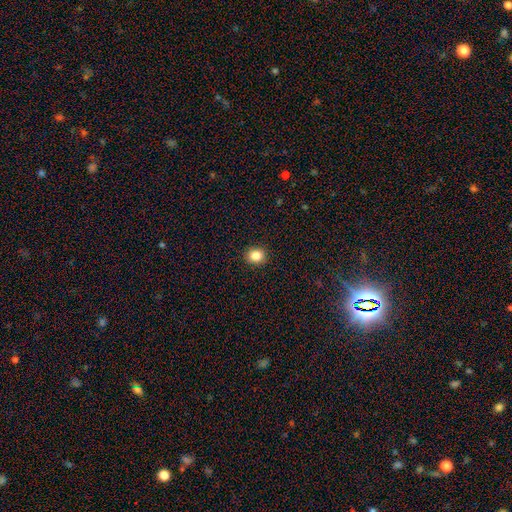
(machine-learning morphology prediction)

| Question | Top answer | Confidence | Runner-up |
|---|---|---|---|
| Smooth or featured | smooth | 84% | star or artifact (11%) |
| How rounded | round | 78% | in between (21%) |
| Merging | none | 92% | minor disturbance (6%) |